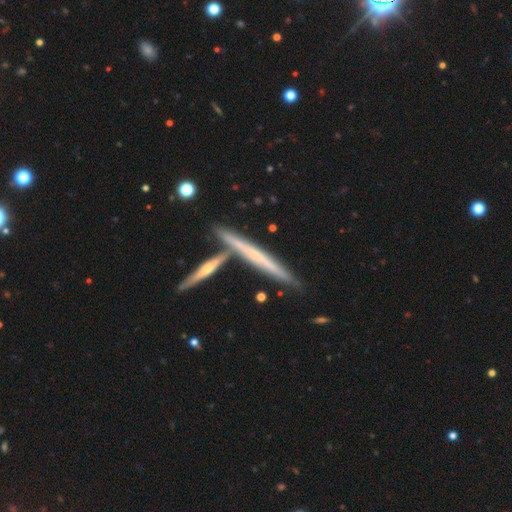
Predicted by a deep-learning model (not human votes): A featured or disk galaxy (58%) viewed edge-on (96%) with no central bulge (76%). Merging: none (73%).